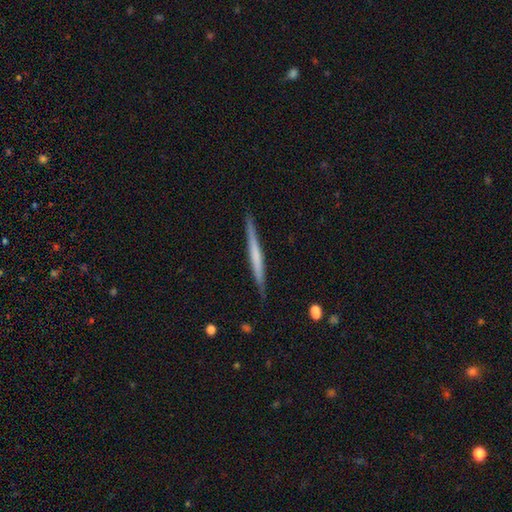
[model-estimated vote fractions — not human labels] Morphology: type=featured or disk (53%); edge-on=yes (98%); edge-on bulge=none (75%); merging=none (90%).